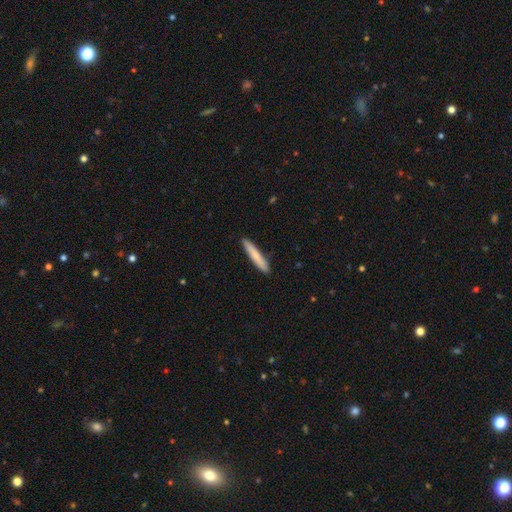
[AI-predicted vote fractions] Smooth or featured: smooth — 76% (featured or disk — 19%)
How rounded: cigar-shaped — 94% (in between — 5%)
Merging: none — 90% (minor disturbance — 8%)